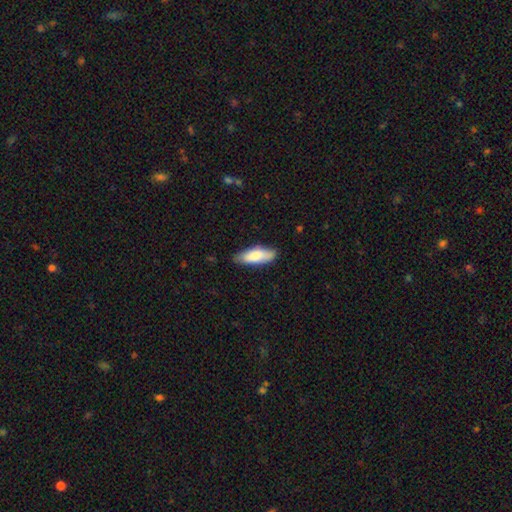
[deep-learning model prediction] Smooth or featured? Predicted: smooth (p=0.80). How rounded? Predicted: in between (p=0.65). Merging? Predicted: none (p=0.78).